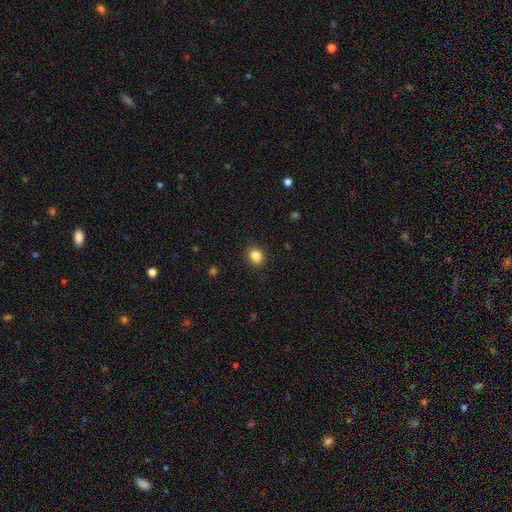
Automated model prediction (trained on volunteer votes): smooth-or-featured: smooth: 86% | star or artifact: 10% | featured or disk: 4%
  how-rounded: round: 63% | in between: 36% | cigar-shaped: 1%
  merging: none: 89% | minor disturbance: 7% | major disturbance: 2% | merger: 1%